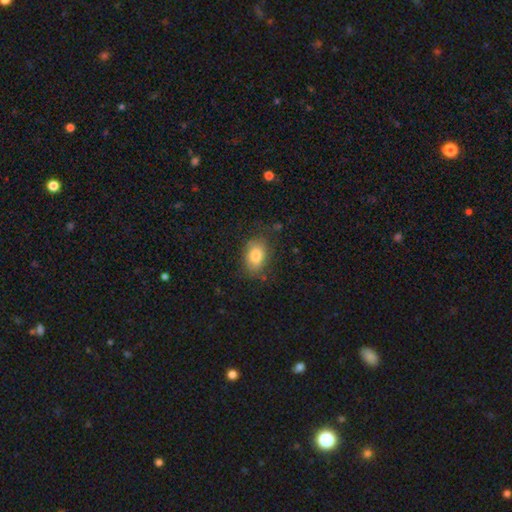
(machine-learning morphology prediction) A smooth galaxy with no disk features (80%) that is in between round and cigar-shaped (79%). Merging: none (74%).